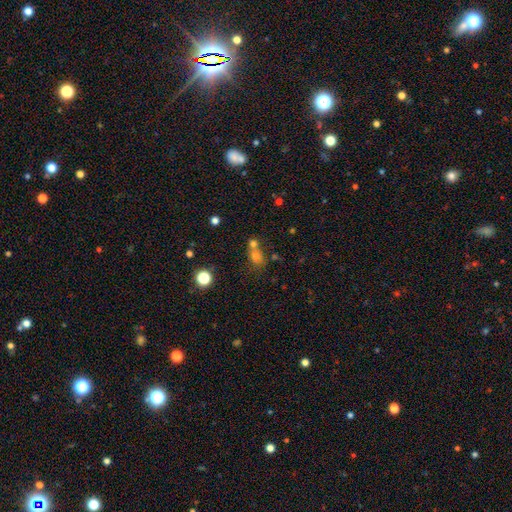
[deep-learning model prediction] smooth 65%, star or artifact 22%, featured or disk 12%. Down the decision tree: how rounded — round (64%); merging — none (44%).